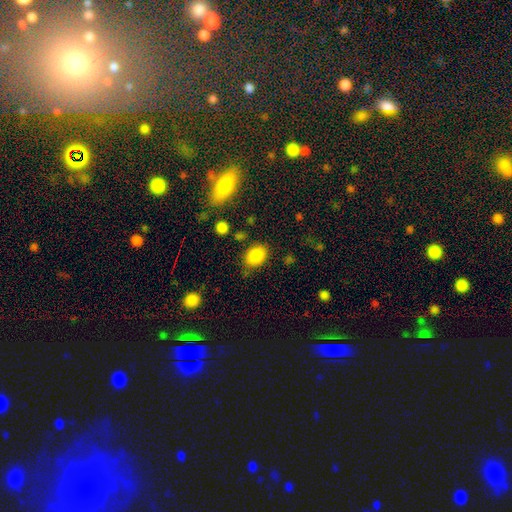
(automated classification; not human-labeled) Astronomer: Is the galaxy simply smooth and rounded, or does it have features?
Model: smooth — 86%.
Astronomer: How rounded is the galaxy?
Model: in between — 71%.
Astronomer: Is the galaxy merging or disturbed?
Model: none — 77%.